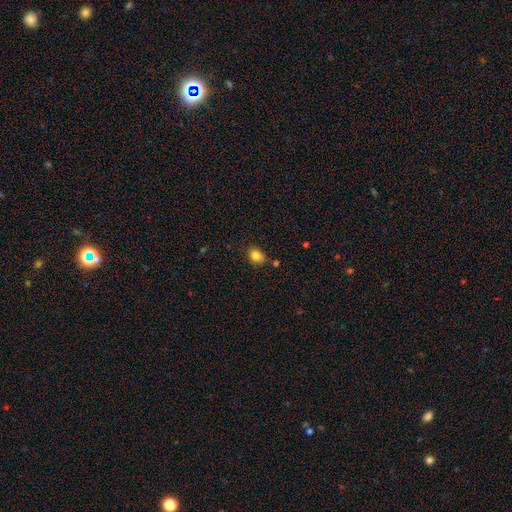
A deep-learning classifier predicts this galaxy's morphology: type=smooth (83%); roundness=round (50%); merging=none (73%).